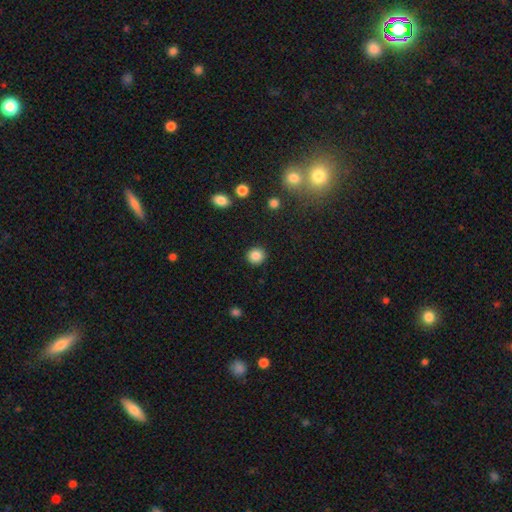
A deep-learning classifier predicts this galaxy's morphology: smooth-or-featured: smooth: 85% | star or artifact: 10% | featured or disk: 5%
  how-rounded: round: 90% | in between: 10% | cigar-shaped: 1%
  merging: none: 91% | minor disturbance: 6% | major disturbance: 2% | merger: 1%